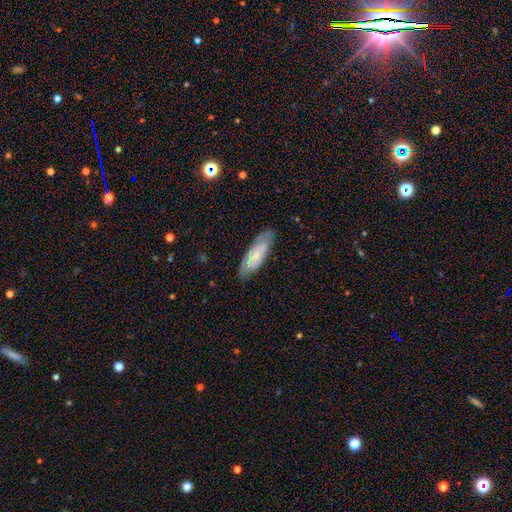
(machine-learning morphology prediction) type=smooth (50%); roundness=in between (55%); merging=none (76%).